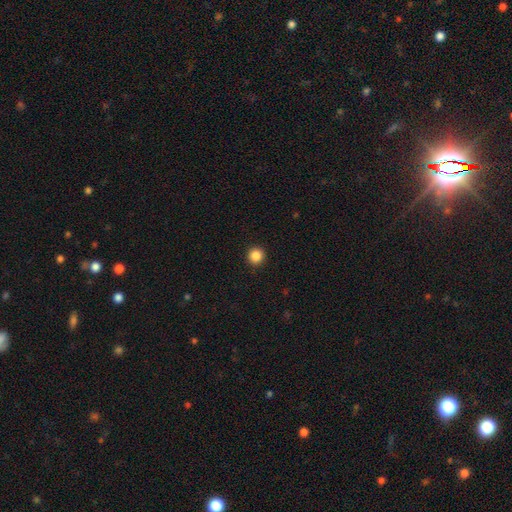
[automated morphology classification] This appears to be a smooth galaxy with no disk features (87%) that is round (95%). Merging: none (93%).